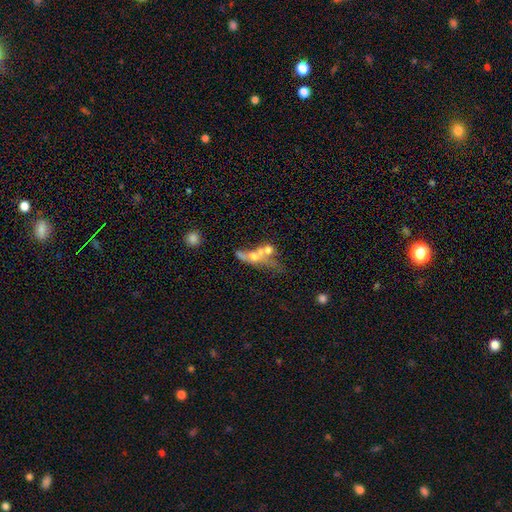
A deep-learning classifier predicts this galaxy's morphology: This appears to be a featured or disk galaxy (47%). Merging: merger (56%).